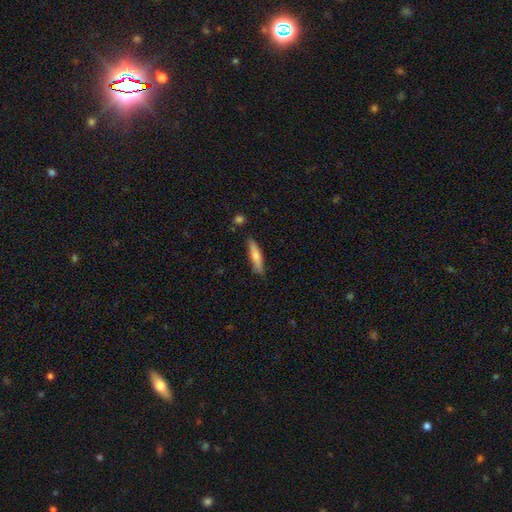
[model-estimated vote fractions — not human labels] Overall: smooth (67%; featured or disk 28%). How rounded: cigar-shaped (82%). Merging: none (82%).